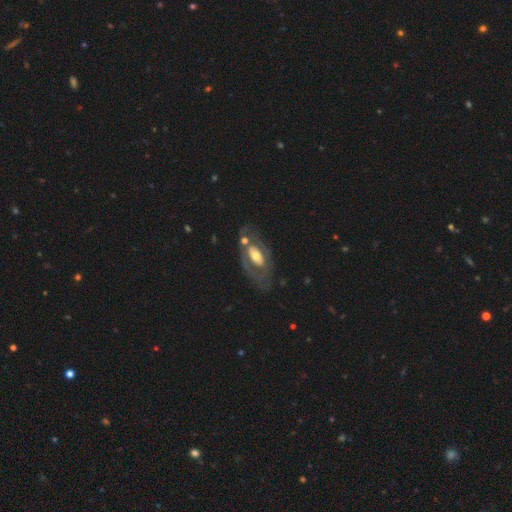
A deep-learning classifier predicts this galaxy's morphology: A featured or disk galaxy (65%) with no bar (66%), no spiral arms (64%) and a moderate central bulge (56%).

Vote fractions:
- Smooth or featured? featured or disk: 65% / smooth: 29% / star or artifact: 6%
- Edge-on disk? no: 89% / yes: 11%
- Bar? no: 66% / weak: 22% / strong: 12%
- Spiral arms? no: 64% / yes: 36%
- Bulge size? moderate: 56% / large: 24% / small: 16% / dominant: 2% / none: 2%
- Merging? none: 58% / minor disturbance: 18% / major disturbance: 15% / merger: 8%